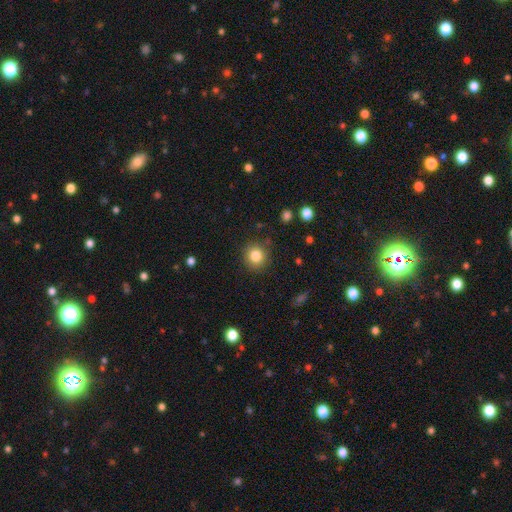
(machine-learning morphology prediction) Smooth or featured? Predicted: smooth (p=0.83). How rounded? Predicted: round (p=0.88). Merging? Predicted: none (p=0.87).